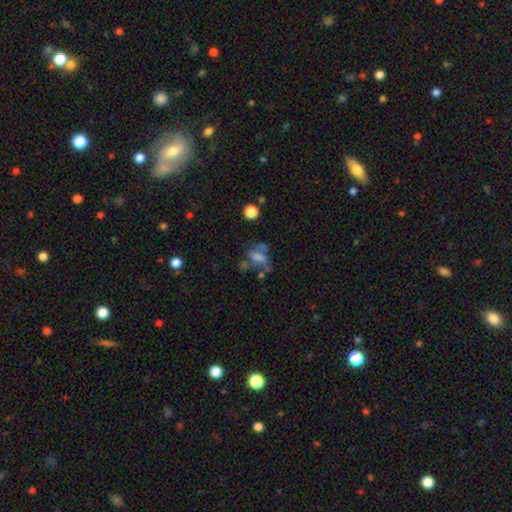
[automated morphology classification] Smooth or featured? Predicted: featured or disk (p=0.42). Merging? Predicted: none (p=0.37).